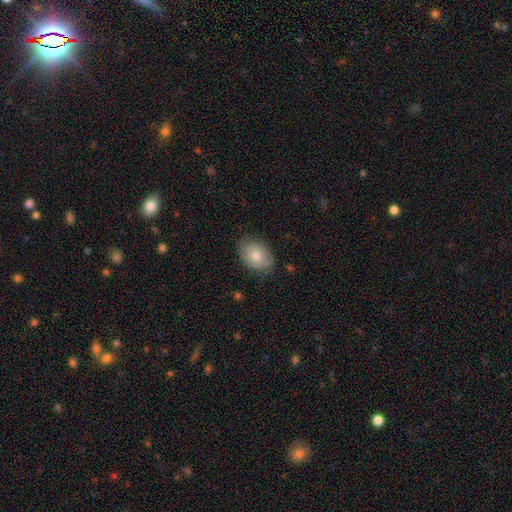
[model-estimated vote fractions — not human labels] smooth_or_featured: smooth (p=0.62) [alt: featured or disk p=0.30]
how_rounded: in between (p=0.80) [alt: round p=0.19]
merging: none (p=0.78) [alt: minor disturbance p=0.17]